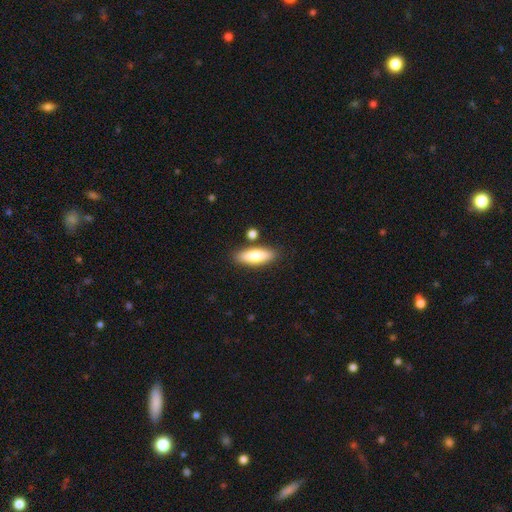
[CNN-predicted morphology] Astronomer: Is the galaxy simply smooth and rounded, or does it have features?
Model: smooth — 77%.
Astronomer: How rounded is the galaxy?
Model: in between — 59% (runner-up: cigar-shaped, 39%).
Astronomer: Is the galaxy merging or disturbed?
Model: none — 83%.